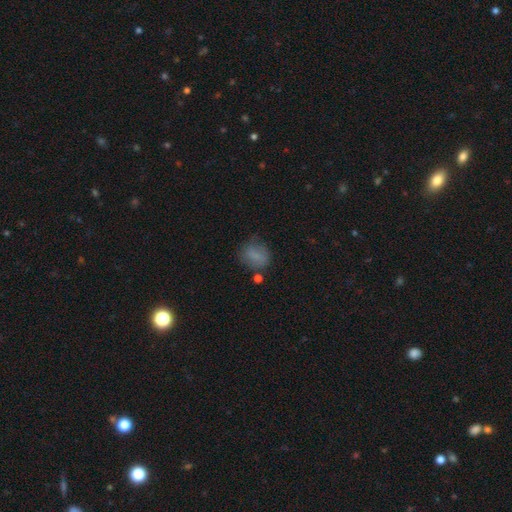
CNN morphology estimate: Q: Smooth or featured?
A: smooth (77%); runner-up: featured or disk (12%)
Q: How rounded?
A: round (52%); runner-up: in between (47%)
Q: Merging?
A: none (62%); runner-up: minor disturbance (23%)